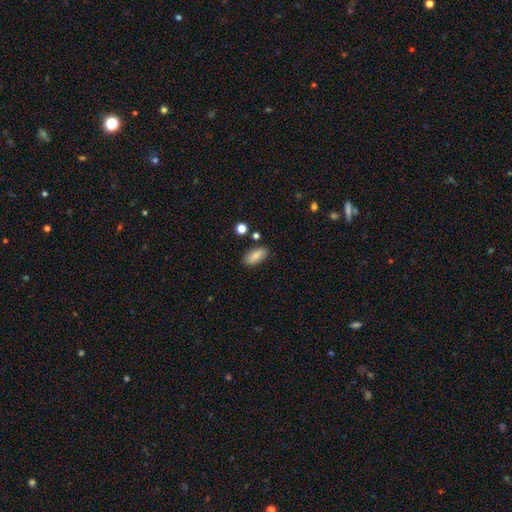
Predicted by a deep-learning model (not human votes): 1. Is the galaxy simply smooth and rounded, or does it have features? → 84% smooth, 9% featured or disk, 8% star or artifact.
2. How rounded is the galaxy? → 86% in between, 10% cigar-shaped, 3% round.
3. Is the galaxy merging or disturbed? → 83% none, 11% minor disturbance, 3% merger, 3% major disturbance.